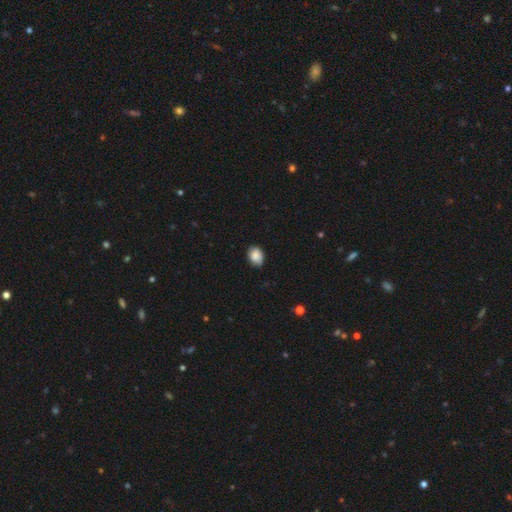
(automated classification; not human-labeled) This is clearly a smooth galaxy (84%). How rounded: likely in between (71%). Merging: likely none (77%).